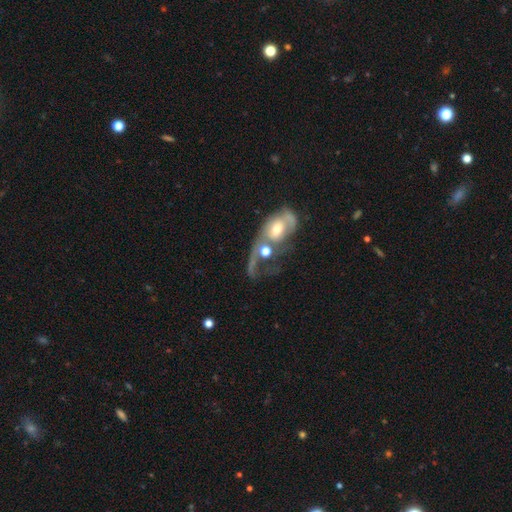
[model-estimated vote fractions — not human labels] Q: Smooth or featured?
A: featured or disk (67%); runner-up: smooth (23%)
Q: Edge-on disk?
A: no (93%); runner-up: yes (7%)
Q: Bar?
A: no (78%); runner-up: weak (17%)
Q: Spiral arms?
A: yes (59%); runner-up: no (41%)
Q: Bulge size?
A: moderate (64%); runner-up: large (15%)
Q: Merging?
A: merger (52%); runner-up: major disturbance (20%)